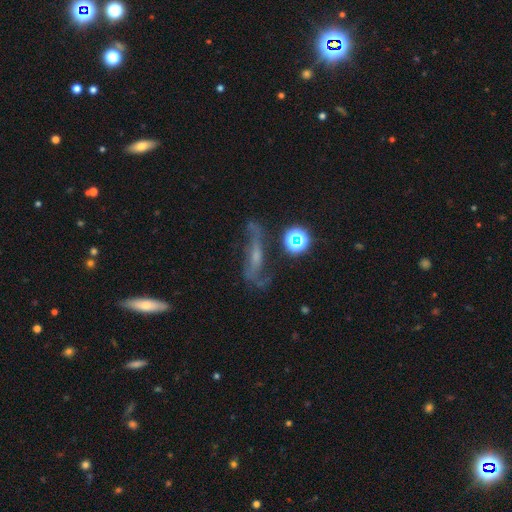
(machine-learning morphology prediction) smooth_or_featured: featured or disk (p=0.68) [alt: star or artifact p=0.17]
disk_edge_on: no (p=0.72) [alt: yes p=0.28]
merging: none (p=0.52) [alt: minor disturbance p=0.21]